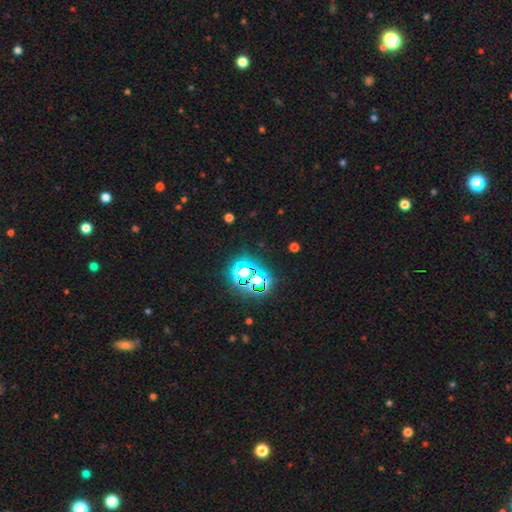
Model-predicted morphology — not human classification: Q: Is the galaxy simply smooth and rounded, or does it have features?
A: star or artifact — 73%.